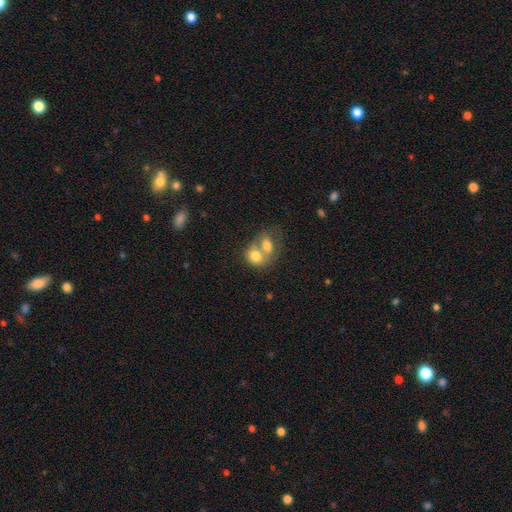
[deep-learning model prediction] smooth-or-featured: smooth: 72% | featured or disk: 20% | star or artifact: 8%
  how-rounded: in between: 57% | round: 42% | cigar-shaped: 1%
  merging: merger: 73% | none: 17% | minor disturbance: 6% | major disturbance: 4%